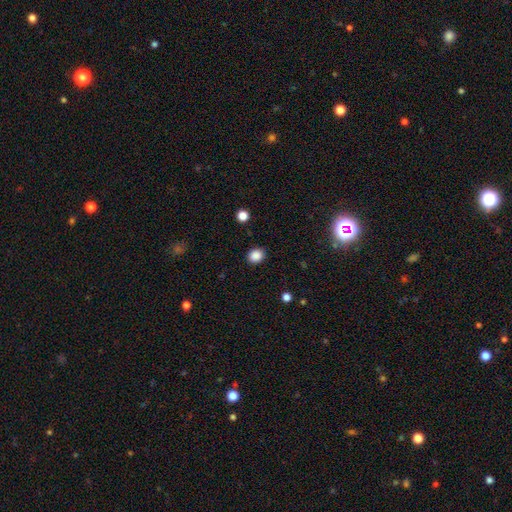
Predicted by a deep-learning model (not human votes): A smooth galaxy with no disk features (87%) that is round (62%). Merging: none (89%).